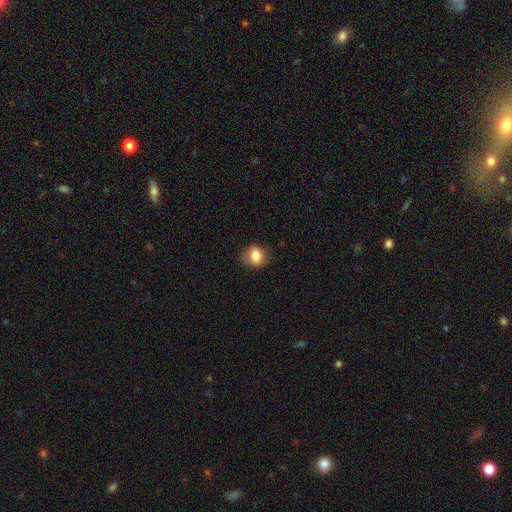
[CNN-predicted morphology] Smooth or featured: smooth — 80% (featured or disk — 11%)
How rounded: in between — 53% (round — 46%)
Merging: none — 72% (minor disturbance — 21%)